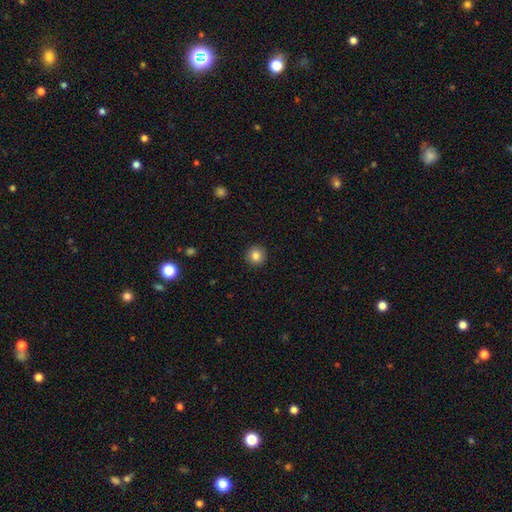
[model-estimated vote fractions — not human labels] Overall: smooth (84%). How rounded: round (94%). Merging: none (92%).